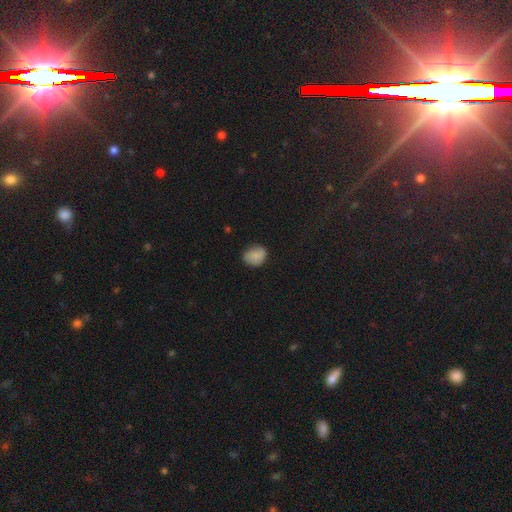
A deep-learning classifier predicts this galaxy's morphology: Q: Smooth or featured?
A: smooth (83%); runner-up: star or artifact (9%)
Q: How rounded?
A: round (50%); runner-up: in between (49%)
Q: Merging?
A: none (75%); runner-up: minor disturbance (20%)